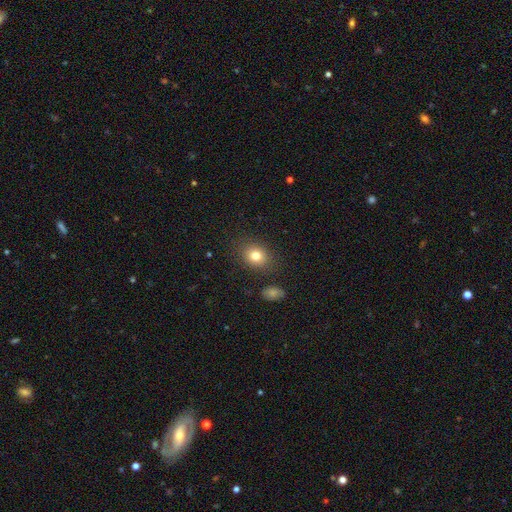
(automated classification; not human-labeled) Smooth or featured? Predicted: smooth (p=0.80). How rounded? Predicted: round (p=0.58). Merging? Predicted: none (p=0.84).